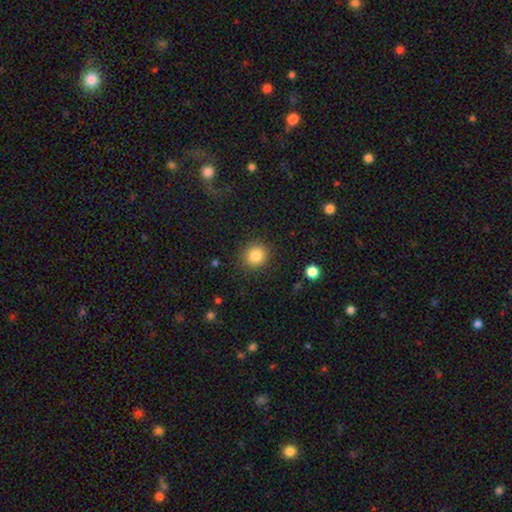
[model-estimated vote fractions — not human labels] smooth-or-featured: smooth: 85% | star or artifact: 10% | featured or disk: 5%
  how-rounded: round: 85% | in between: 14% | cigar-shaped: 1%
  merging: none: 88% | minor disturbance: 8% | major disturbance: 3% | merger: 1%